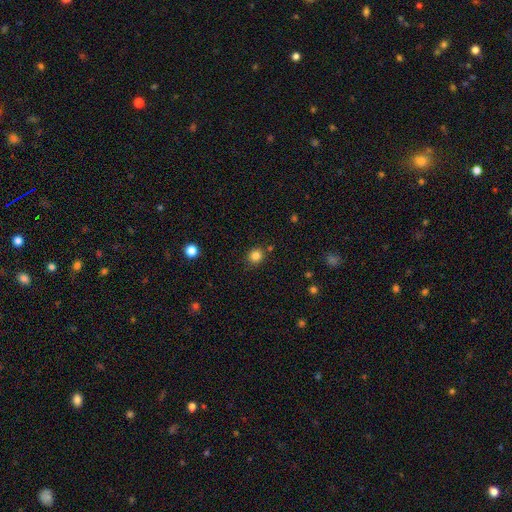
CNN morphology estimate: smooth 83%, star or artifact 13%, featured or disk 5%. Down the decision tree: how rounded — round (87%); merging — none (85%).